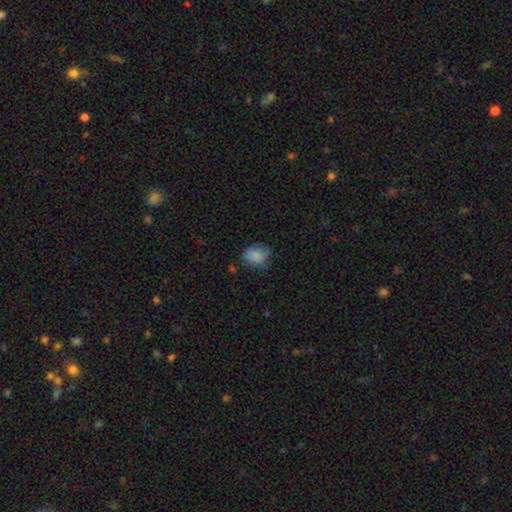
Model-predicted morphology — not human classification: type=smooth (82%); roundness=in between (62%); merging=none (62%).